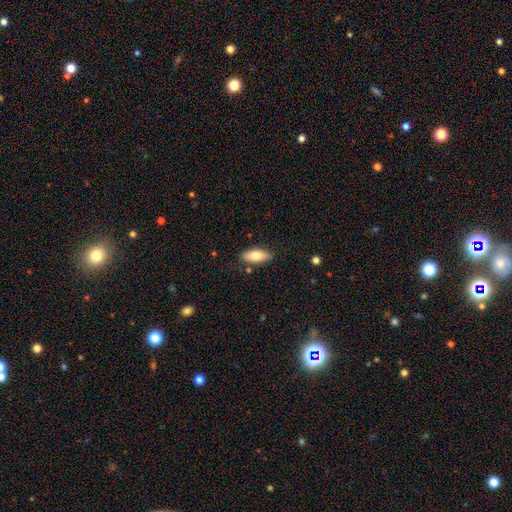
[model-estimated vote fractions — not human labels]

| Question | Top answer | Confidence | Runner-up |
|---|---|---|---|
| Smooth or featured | smooth | 72% | featured or disk (22%) |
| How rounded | in between | 80% | cigar-shaped (17%) |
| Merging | none | 83% | minor disturbance (12%) |